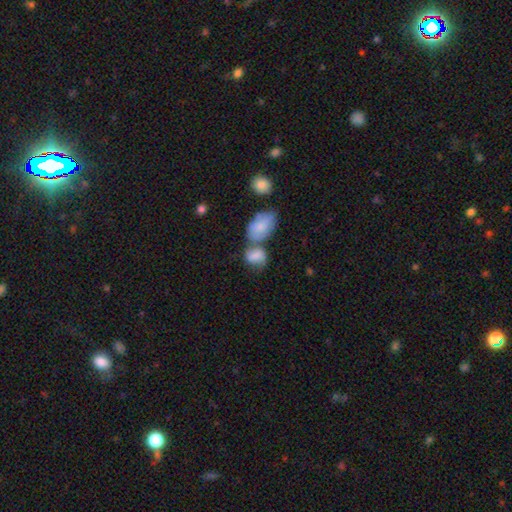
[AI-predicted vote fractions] smooth-or-featured: smooth: 74% | featured or disk: 18% | star or artifact: 8%
  how-rounded: in between: 75% | round: 23% | cigar-shaped: 2%
  merging: merger: 52% | none: 26% | minor disturbance: 14% | major disturbance: 8%